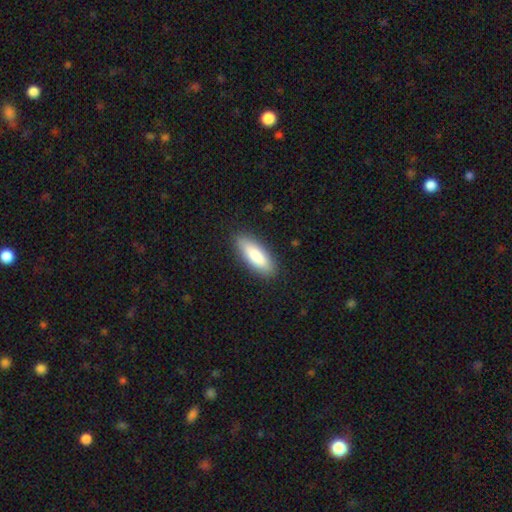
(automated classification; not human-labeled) Smooth or featured? Predicted: smooth (p=0.84). How rounded? Predicted: in between (p=0.59). Merging? Predicted: none (p=0.88).